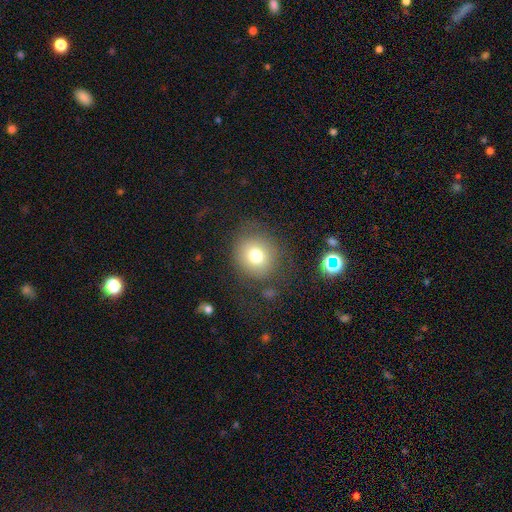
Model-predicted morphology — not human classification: type=smooth (74%); roundness=round (84%); merging=none (74%).